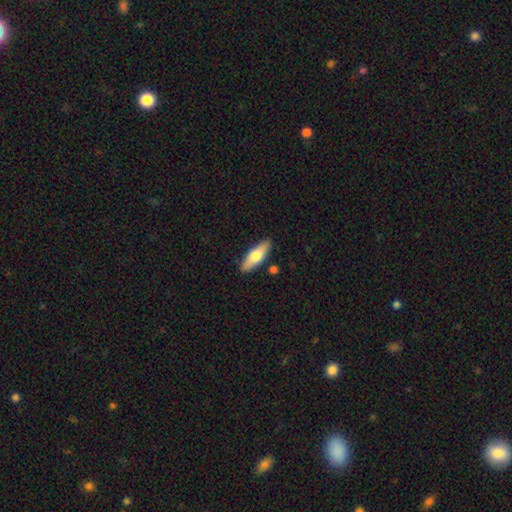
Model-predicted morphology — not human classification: Smooth or featured: smooth — 63% (featured or disk — 32%)
How rounded: in between — 55% (cigar-shaped — 43%)
Merging: none — 86% (minor disturbance — 9%)